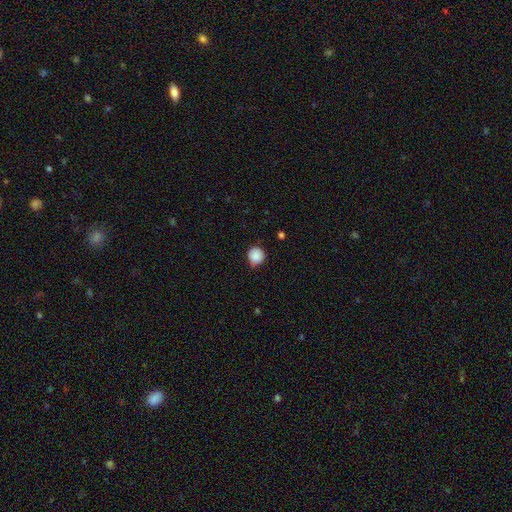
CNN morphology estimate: This appears to be a smooth galaxy with no disk features (88%) that is round (92%). Merging: none (80%).